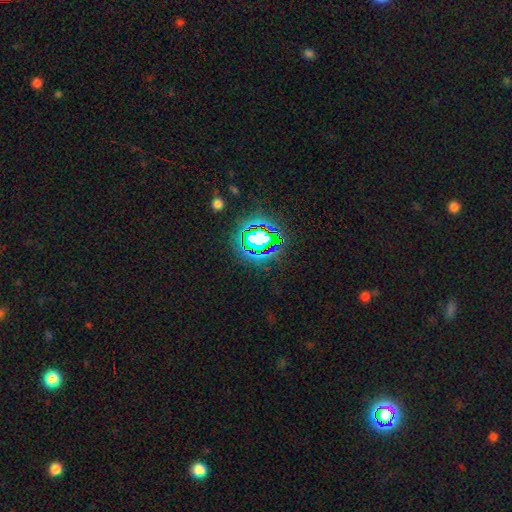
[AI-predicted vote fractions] The model was most divided on "smooth or featured": star or artifact: 79%, smooth: 13%, featured or disk: 8%.